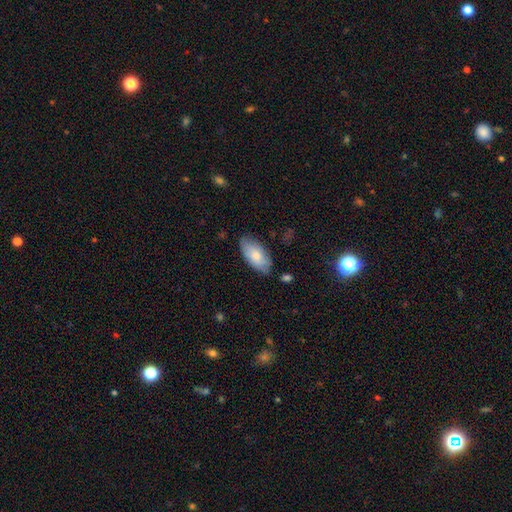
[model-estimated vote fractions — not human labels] Morphology: type=smooth (77%); roundness=in between (94%); merging=none (77%).